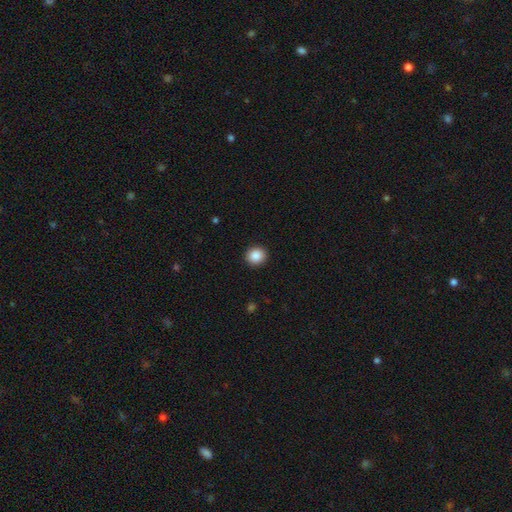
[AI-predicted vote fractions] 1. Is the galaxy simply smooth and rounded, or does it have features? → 88% smooth, 9% star or artifact, 3% featured or disk.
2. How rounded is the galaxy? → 89% round, 10% in between, 1% cigar-shaped.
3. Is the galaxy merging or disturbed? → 93% none, 5% minor disturbance, 2% major disturbance, 1% merger.